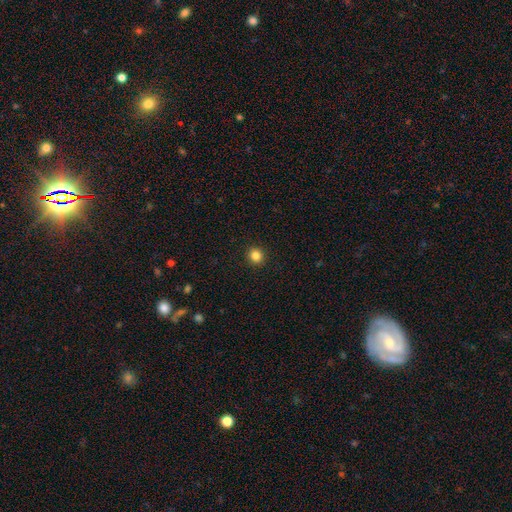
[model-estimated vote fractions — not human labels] The model was most divided on "smooth or featured": smooth: 84%, star or artifact: 12%, featured or disk: 4%. More confident: merging — none (92%); how rounded — round (87%).